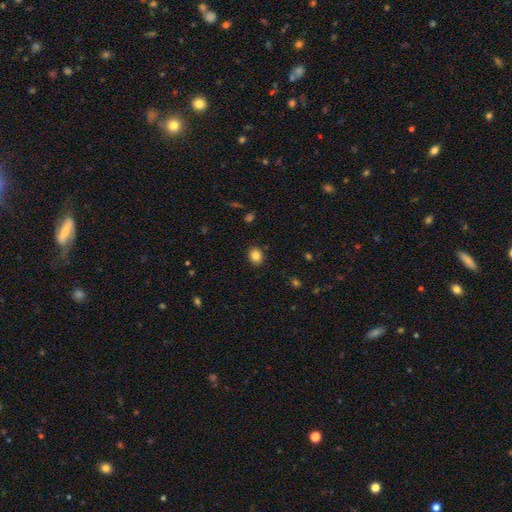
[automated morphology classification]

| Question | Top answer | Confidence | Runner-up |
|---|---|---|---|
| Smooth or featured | smooth | 85% | star or artifact (10%) |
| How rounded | round | 50% | in between (49%) |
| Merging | none | 89% | minor disturbance (8%) |